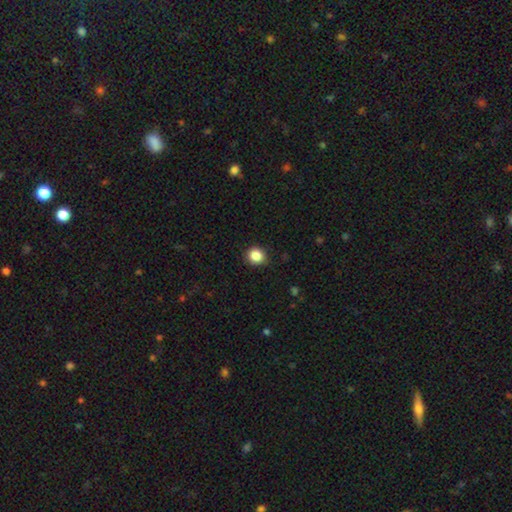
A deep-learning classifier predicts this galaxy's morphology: Overall: smooth (86%). How rounded: round (87%). Merging: none (87%).